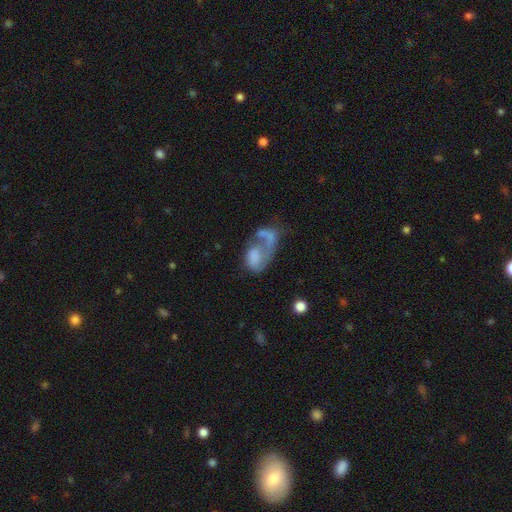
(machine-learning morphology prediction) Overall: featured or disk (49%; smooth 41%). Merging: major disturbance (42%; merger 26%).